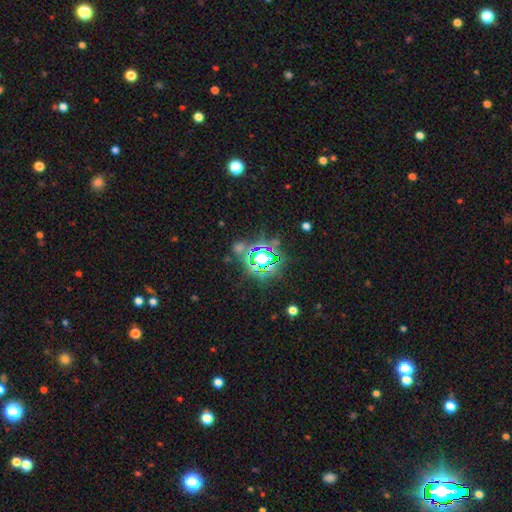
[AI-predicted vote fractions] star or artifact 82%, smooth 11%, featured or disk 7%.